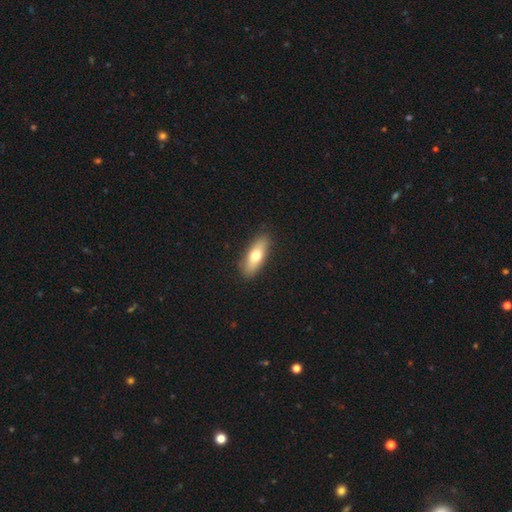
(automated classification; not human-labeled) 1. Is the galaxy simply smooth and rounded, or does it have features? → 68% smooth, 26% featured or disk, 6% star or artifact.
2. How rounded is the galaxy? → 61% in between, 36% cigar-shaped, 3% round.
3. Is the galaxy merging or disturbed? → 89% none, 8% minor disturbance, 2% major disturbance, 1% merger.